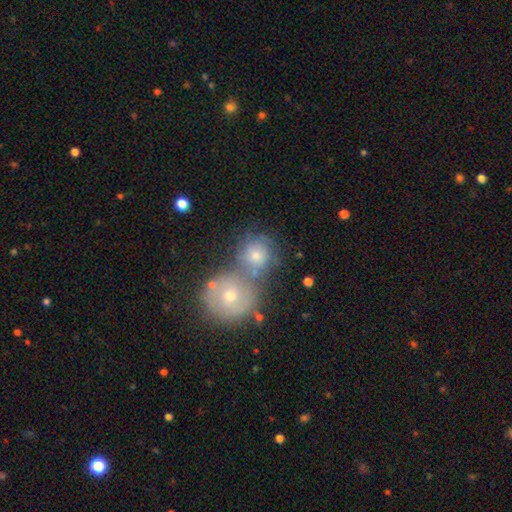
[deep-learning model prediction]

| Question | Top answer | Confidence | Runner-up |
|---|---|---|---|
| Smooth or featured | smooth | 55% | featured or disk (32%) |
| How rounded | round | 84% | in between (14%) |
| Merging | merger | 47% | none (40%) |